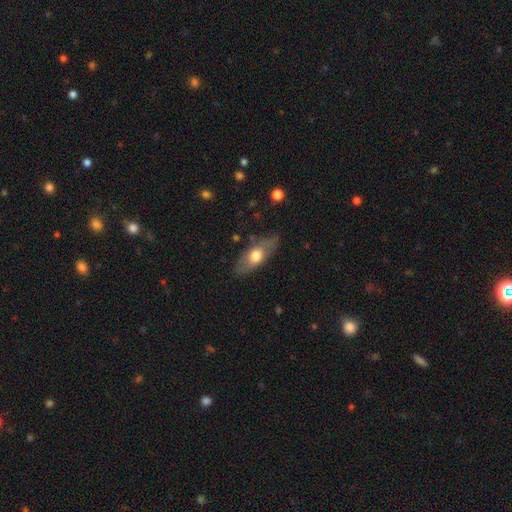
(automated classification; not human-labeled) Smooth or featured? smooth (58%)
How rounded? in between (74%)
Merging? none (76%)